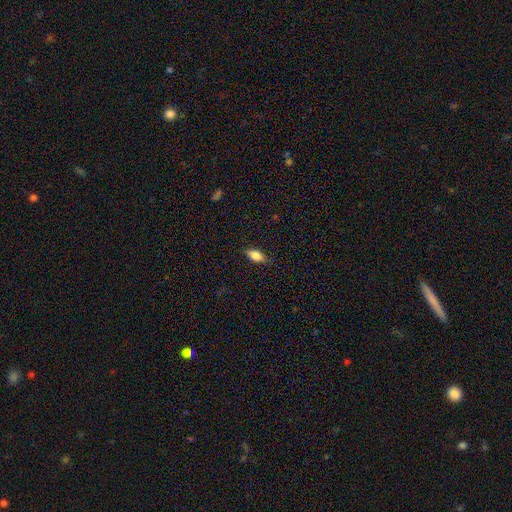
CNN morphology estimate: Smooth or featured? Predicted: smooth (p=0.77). How rounded? Predicted: in between (p=0.82). Merging? Predicted: none (p=0.82).